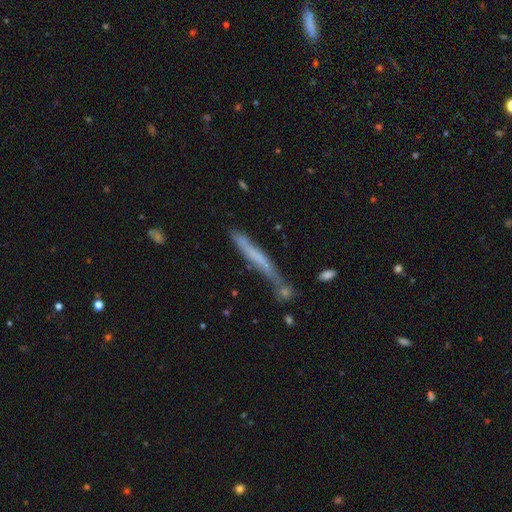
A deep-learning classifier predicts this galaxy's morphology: The model was most divided on "smooth or featured": smooth: 47%, featured or disk: 44%, star or artifact: 9%. More confident: merging — none (53%).